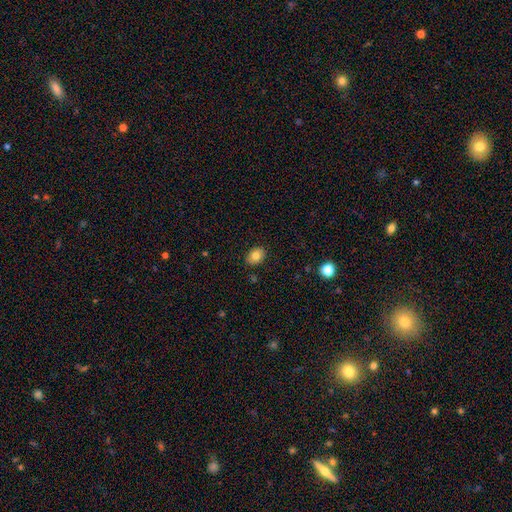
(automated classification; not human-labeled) Smooth or featured?
  - smooth: 80% *
  - featured or disk: 11%
  - star or artifact: 9%
How rounded?
  - in between: 71% *
  - round: 28%
  - cigar-shaped: 1%
Merging?
  - none: 87% *
  - minor disturbance: 10%
  - major disturbance: 2%
  - merger: 1%